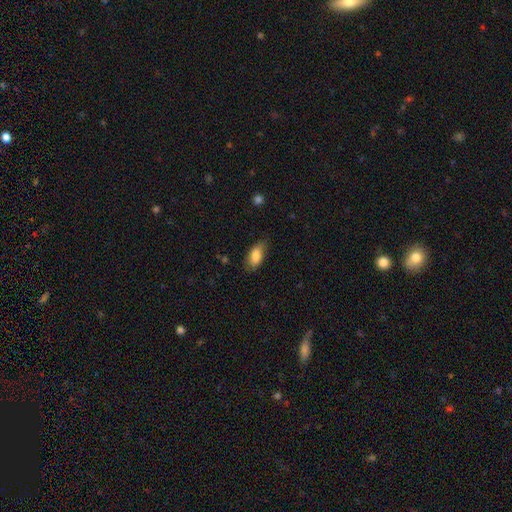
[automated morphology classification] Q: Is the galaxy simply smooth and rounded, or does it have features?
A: smooth — 82%.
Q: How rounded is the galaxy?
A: in between — 89%.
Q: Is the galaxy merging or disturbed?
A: none — 70%.